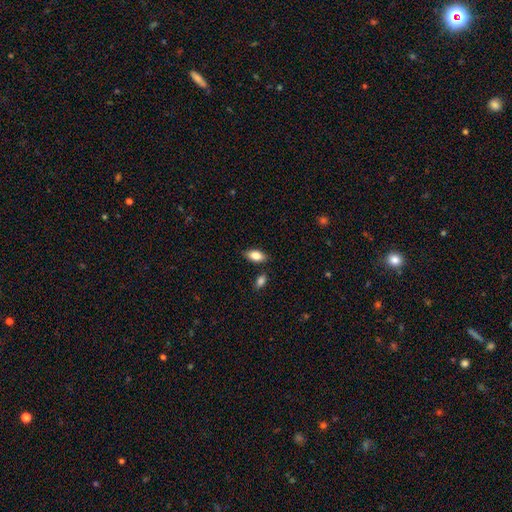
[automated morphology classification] A smooth galaxy with no disk features (84%) that is in between round and cigar-shaped (91%).

Vote fractions:
- Smooth or featured? smooth: 84% / featured or disk: 9% / star or artifact: 7%
- How rounded? in between: 91% / cigar-shaped: 5% / round: 4%
- Merging? none: 83% / minor disturbance: 11% / merger: 4% / major disturbance: 2%